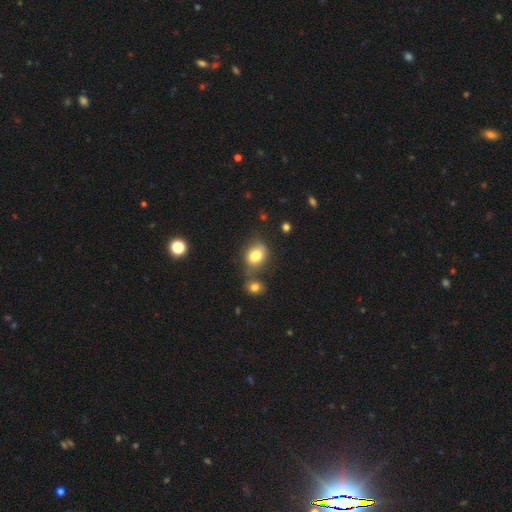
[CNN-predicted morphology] Smooth or featured? smooth (79%)
How rounded? in between (52%)
Merging? none (55%)